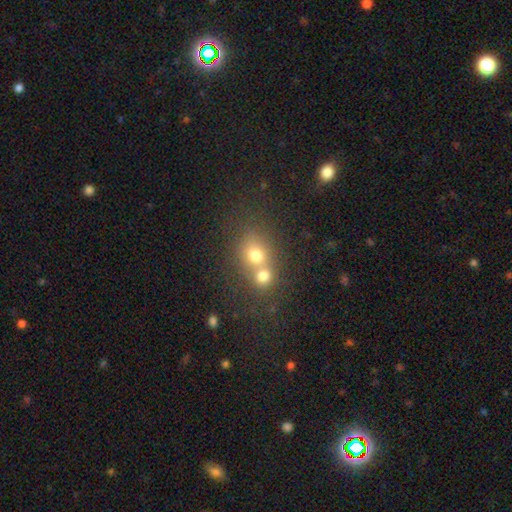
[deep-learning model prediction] Smooth or featured? smooth (67%)
How rounded? round (71%)
Merging? merger (57%)